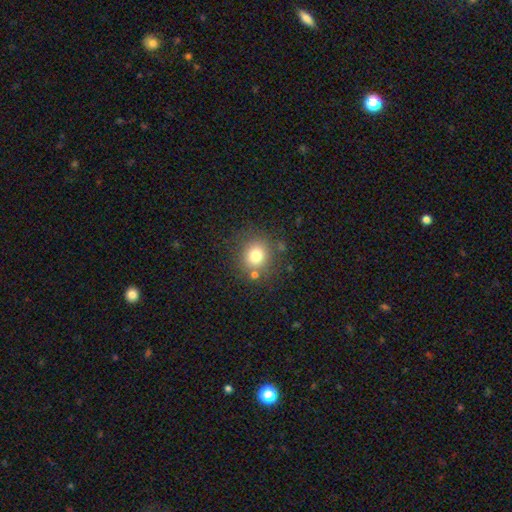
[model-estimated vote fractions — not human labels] A smooth galaxy with no disk features (77%) that is round (84%).

Vote fractions:
- Smooth or featured? smooth: 77% / star or artifact: 13% / featured or disk: 9%
- How rounded? round: 84% / in between: 16% / cigar-shaped: 1%
- Merging? none: 78% / minor disturbance: 11% / merger: 8% / major disturbance: 4%